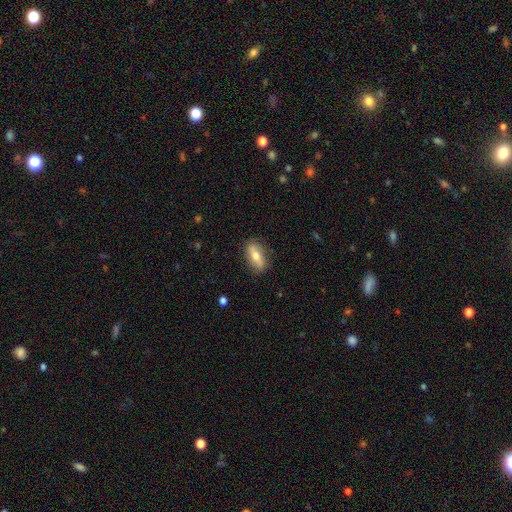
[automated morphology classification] This is likely a smooth galaxy (63%). How rounded: likely in between (73%). Merging: clearly none (83%).